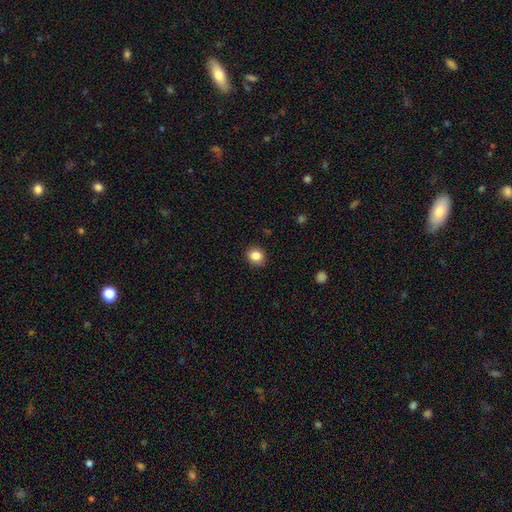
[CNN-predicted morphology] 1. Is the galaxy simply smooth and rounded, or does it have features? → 85% smooth, 10% star or artifact, 5% featured or disk.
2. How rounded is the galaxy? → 66% round, 33% in between, 1% cigar-shaped.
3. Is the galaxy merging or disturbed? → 90% none, 7% minor disturbance, 2% major disturbance, 1% merger.